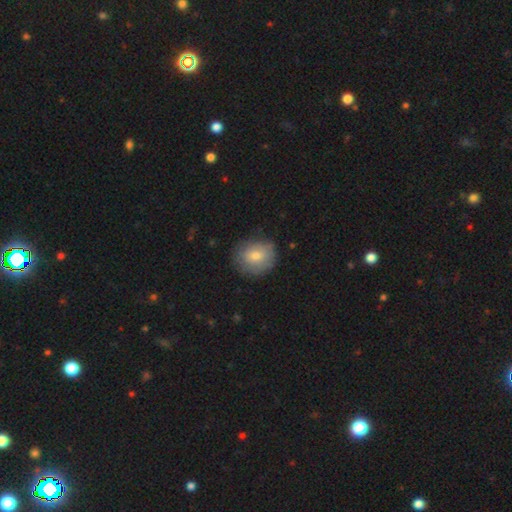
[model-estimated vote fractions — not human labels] Morphology: type=smooth (74%); roundness=round (80%); merging=none (79%).